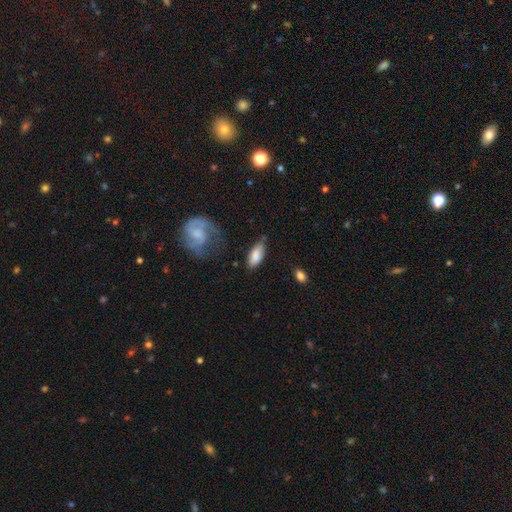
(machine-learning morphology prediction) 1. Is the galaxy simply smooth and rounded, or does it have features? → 79% smooth, 14% featured or disk, 6% star or artifact.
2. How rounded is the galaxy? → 83% in between, 14% cigar-shaped, 3% round.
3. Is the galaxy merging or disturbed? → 66% none, 24% minor disturbance, 7% major disturbance, 4% merger.